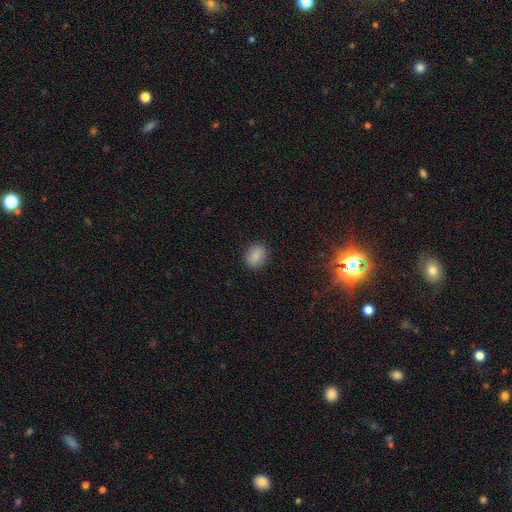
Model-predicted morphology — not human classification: Overall: smooth (86%). How rounded: in between (56%; round 42%). Merging: none (88%).